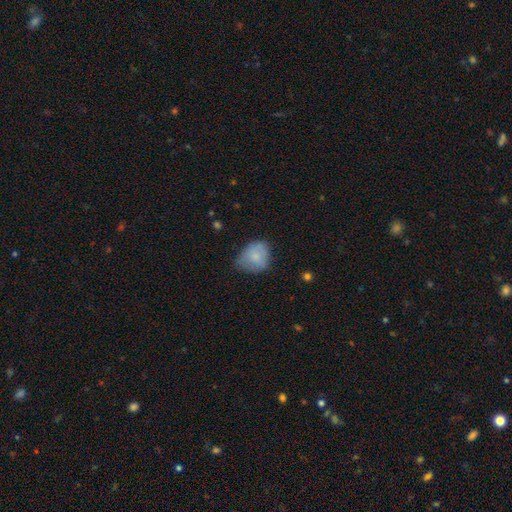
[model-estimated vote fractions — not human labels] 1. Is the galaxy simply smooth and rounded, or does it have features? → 77% smooth, 15% featured or disk, 8% star or artifact.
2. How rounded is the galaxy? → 59% round, 40% in between, 1% cigar-shaped.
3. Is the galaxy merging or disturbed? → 43% none, 41% minor disturbance, 14% major disturbance, 2% merger.